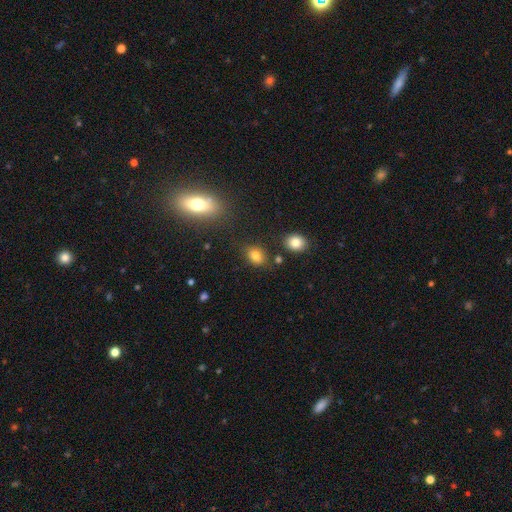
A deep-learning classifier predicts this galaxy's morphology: Smooth or featured? smooth (80%)
How rounded? in between (69%)
Merging? none (78%)